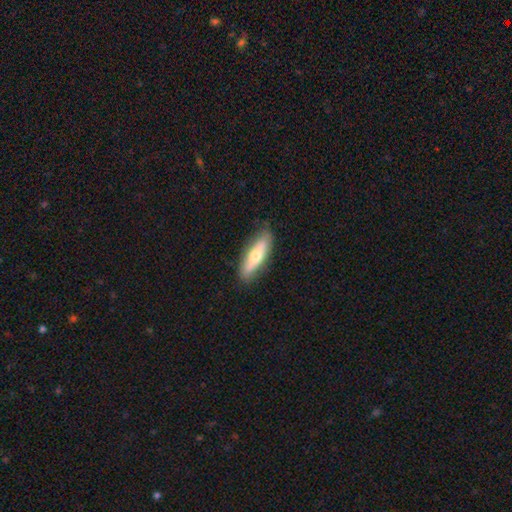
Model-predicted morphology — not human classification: smooth 58%, featured or disk 36%, star or artifact 5%. Down the decision tree: how rounded — cigar-shaped (54%); merging — none (84%).